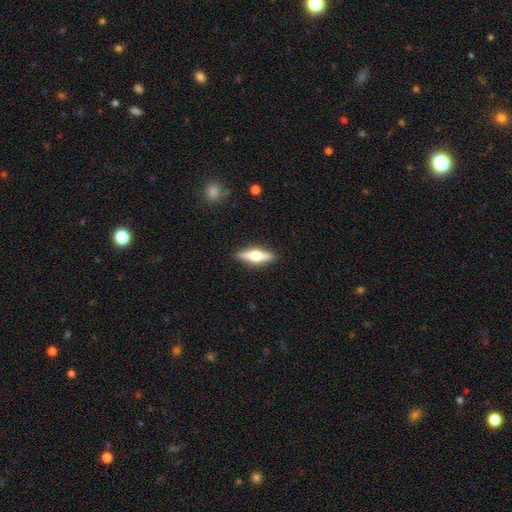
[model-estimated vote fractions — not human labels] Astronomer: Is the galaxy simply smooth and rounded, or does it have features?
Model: featured or disk — 65%.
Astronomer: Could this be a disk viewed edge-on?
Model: yes — 96%.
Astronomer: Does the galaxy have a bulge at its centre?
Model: rounded — 96%.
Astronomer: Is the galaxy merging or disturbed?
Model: none — 90%.